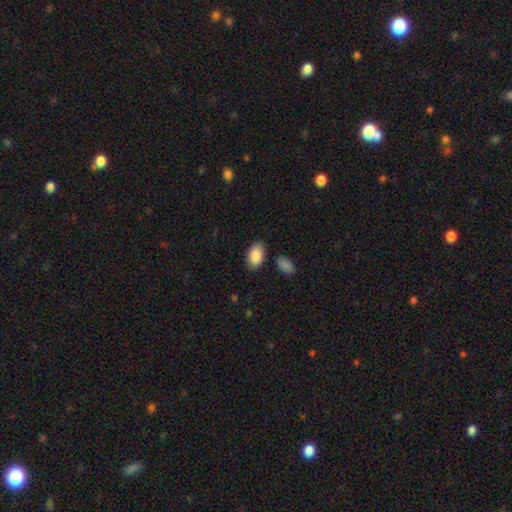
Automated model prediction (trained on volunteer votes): A smooth galaxy with no disk features (88%) that is in between round and cigar-shaped (93%). Merging: none (84%).